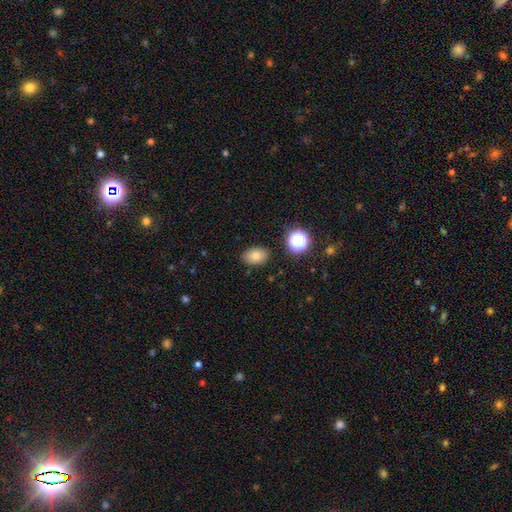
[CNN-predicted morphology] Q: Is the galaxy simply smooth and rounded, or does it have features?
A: smooth — 76%.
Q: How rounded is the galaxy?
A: in between — 79%.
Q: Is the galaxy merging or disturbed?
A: none — 84%.